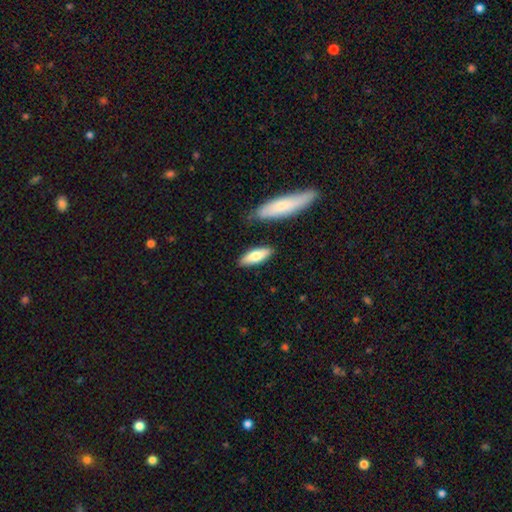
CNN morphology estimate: type=smooth (72%); roundness=in between (62%); merging=none (82%).